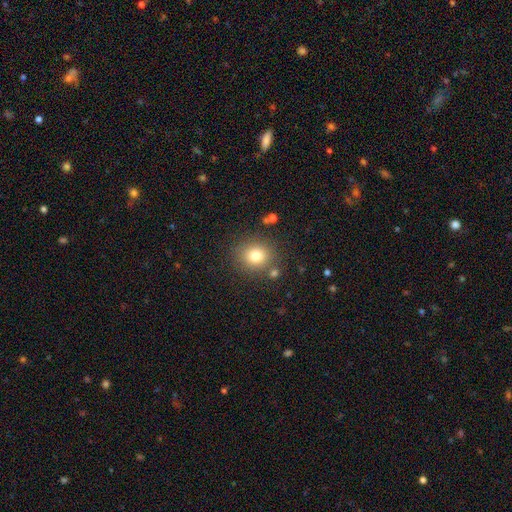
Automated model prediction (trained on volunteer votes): This appears to be a smooth galaxy with no disk features (77%) that is round (80%). Merging: none (80%).